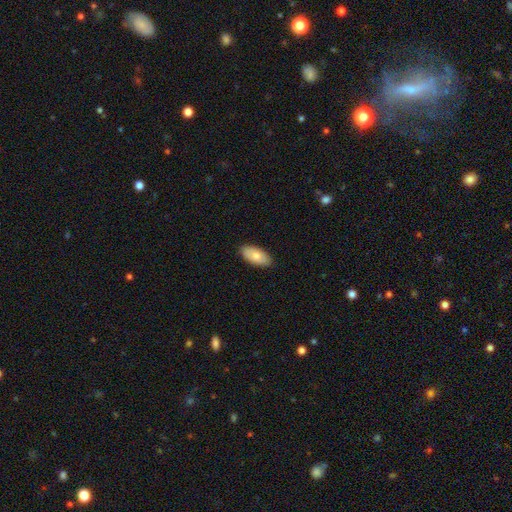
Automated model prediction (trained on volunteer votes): A smooth galaxy with no disk features (77%) that is in between round and cigar-shaped (93%). Merging: none (89%).